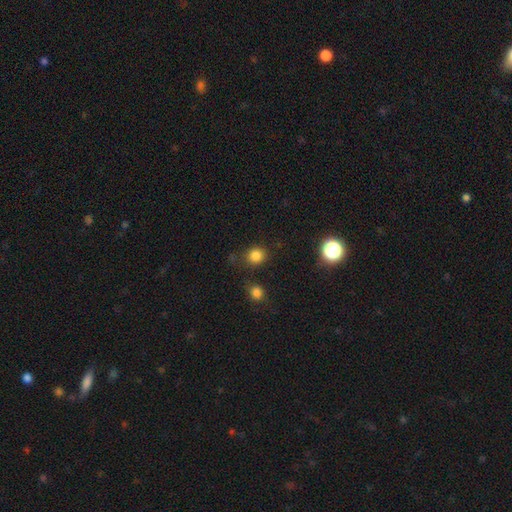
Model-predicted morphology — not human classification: Overall: smooth (82%). How rounded: round (85%). Merging: none (80%).